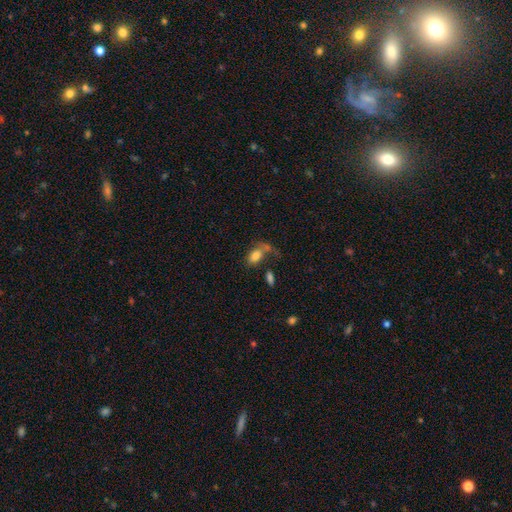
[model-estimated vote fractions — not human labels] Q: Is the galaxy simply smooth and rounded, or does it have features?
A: smooth — 78%.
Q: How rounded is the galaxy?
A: in between — 89%.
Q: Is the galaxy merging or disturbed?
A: none — 38%.